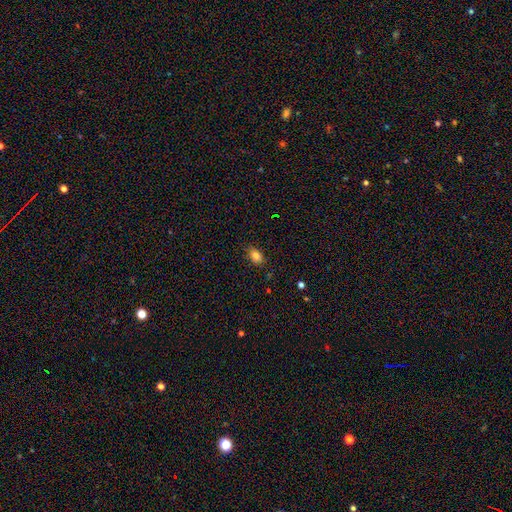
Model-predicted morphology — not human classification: Smooth or featured? Predicted: smooth (p=0.83). How rounded? Predicted: in between (p=0.85). Merging? Predicted: none (p=0.84).